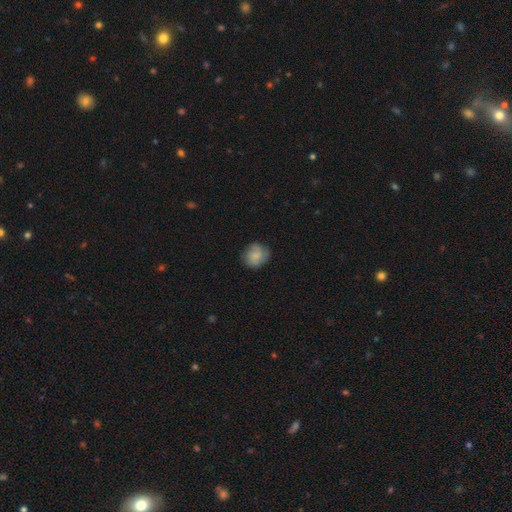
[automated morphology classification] Smooth or featured?
  - smooth: 69% *
  - featured or disk: 23%
  - star or artifact: 8%
How rounded?
  - round: 79% *
  - in between: 20%
  - cigar-shaped: 1%
Merging?
  - none: 73% *
  - minor disturbance: 20%
  - major disturbance: 5%
  - merger: 1%